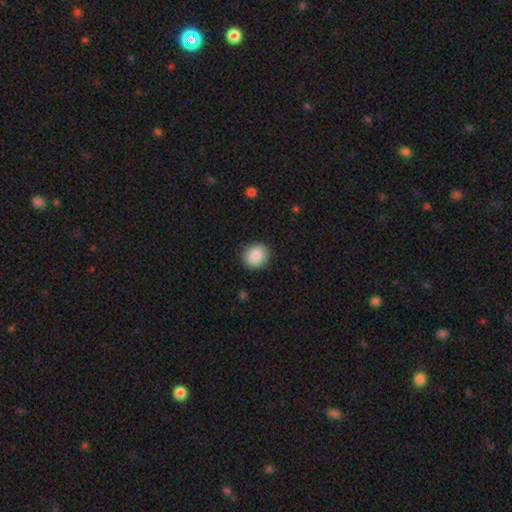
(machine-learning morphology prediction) type=smooth (87%); roundness=round (86%); merging=none (91%).